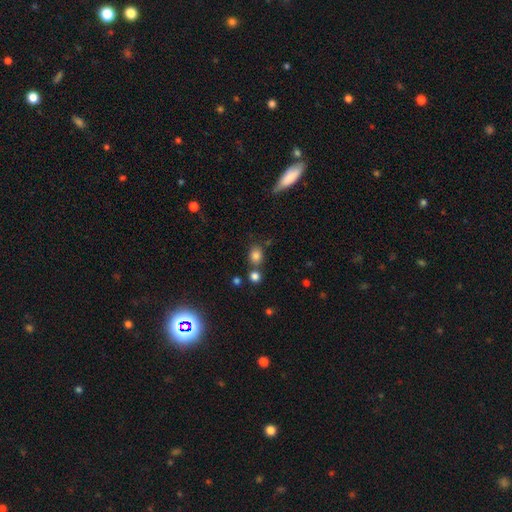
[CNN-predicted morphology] Smooth or featured? Predicted: smooth (p=0.81). How rounded? Predicted: round (p=0.58). Merging? Predicted: none (p=0.69).